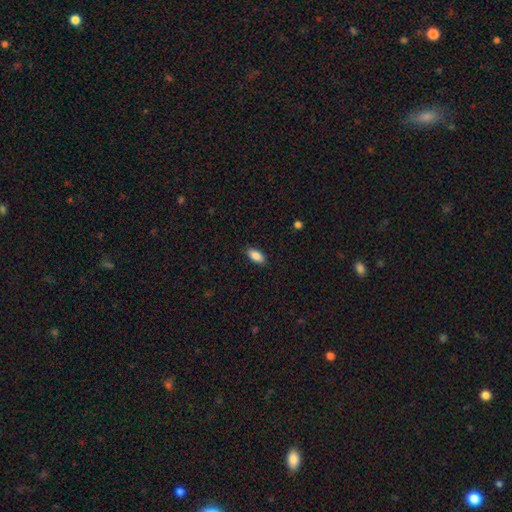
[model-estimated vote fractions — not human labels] Q: Smooth or featured?
A: smooth (88%); runner-up: star or artifact (7%)
Q: How rounded?
A: in between (89%); runner-up: cigar-shaped (8%)
Q: Merging?
A: none (87%); runner-up: minor disturbance (9%)